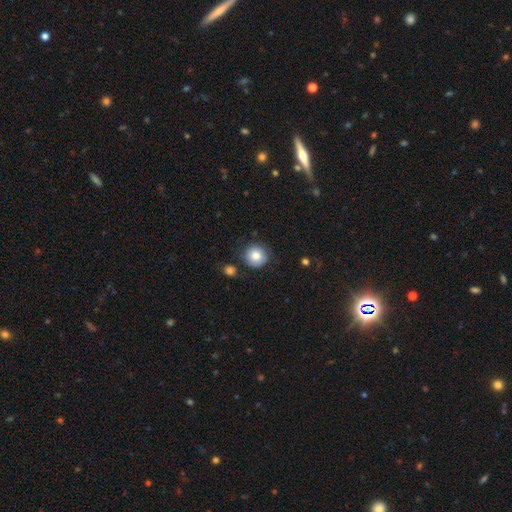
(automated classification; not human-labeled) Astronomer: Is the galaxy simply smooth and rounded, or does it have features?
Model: smooth — 83%.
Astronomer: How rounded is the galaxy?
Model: round — 93%.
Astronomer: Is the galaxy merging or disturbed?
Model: none — 81%.